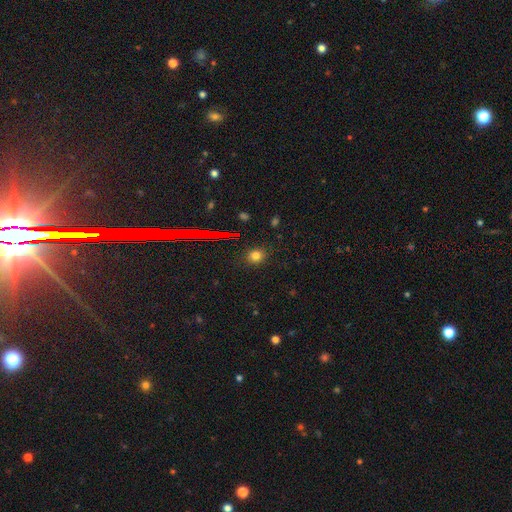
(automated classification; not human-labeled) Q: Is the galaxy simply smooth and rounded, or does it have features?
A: smooth — 76%.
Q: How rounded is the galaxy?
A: round — 77%.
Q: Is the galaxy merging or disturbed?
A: none — 88%.